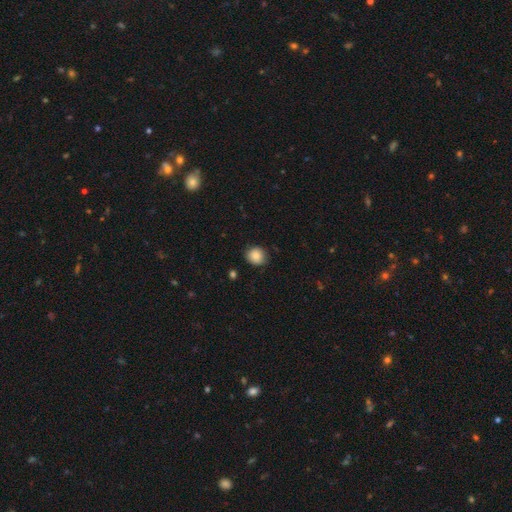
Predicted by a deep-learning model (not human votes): Smooth or featured: smooth — 87% (star or artifact — 9%)
How rounded: round — 86% (in between — 13%)
Merging: none — 83% (minor disturbance — 13%)